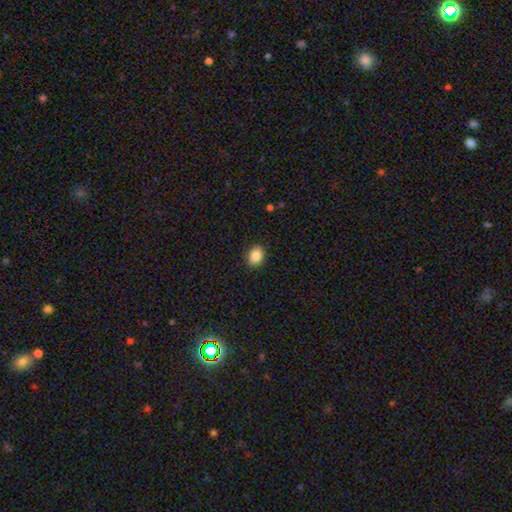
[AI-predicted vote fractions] This is clearly a smooth galaxy (87%). How rounded: likely in between (68%). Merging: clearly none (89%).